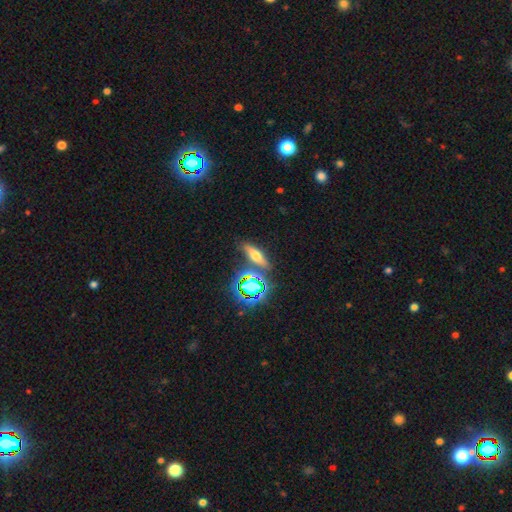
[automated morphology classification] smooth_or_featured: smooth (p=0.46) [alt: featured or disk p=0.30]
merging: none (p=0.77) [alt: minor disturbance p=0.11]